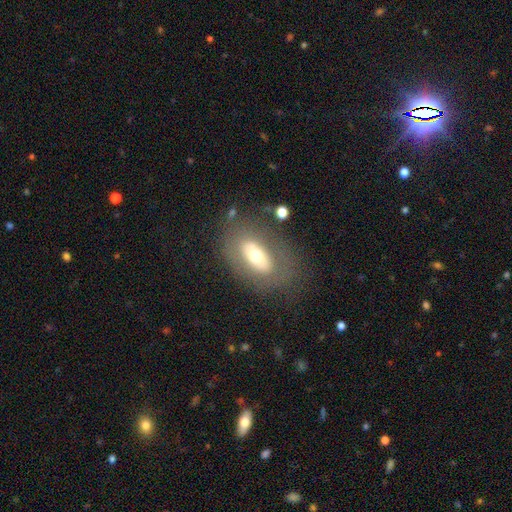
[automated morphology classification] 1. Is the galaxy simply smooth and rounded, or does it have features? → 47% smooth, 45% featured or disk, 8% star or artifact.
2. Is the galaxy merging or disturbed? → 71% none, 15% minor disturbance, 11% major disturbance, 3% merger.